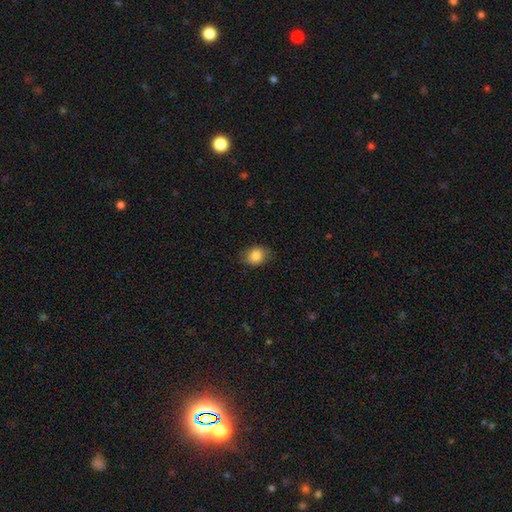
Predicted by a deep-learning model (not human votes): Smooth or featured: smooth — 86% (star or artifact — 8%)
How rounded: in between — 52% (round — 47%)
Merging: none — 78% (minor disturbance — 17%)